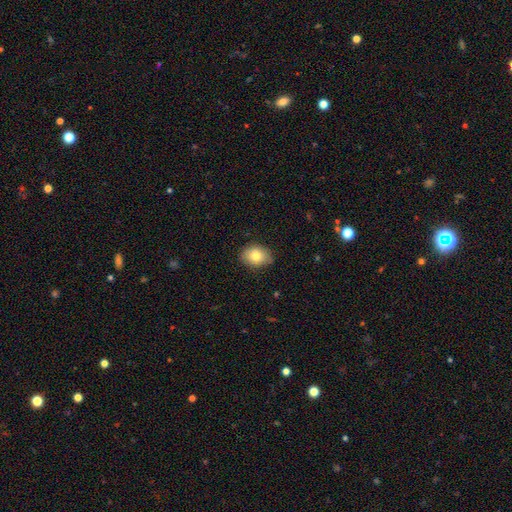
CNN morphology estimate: Q: Smooth or featured?
A: smooth (80%); runner-up: featured or disk (12%)
Q: How rounded?
A: in between (66%); runner-up: round (33%)
Q: Merging?
A: none (77%); runner-up: minor disturbance (19%)